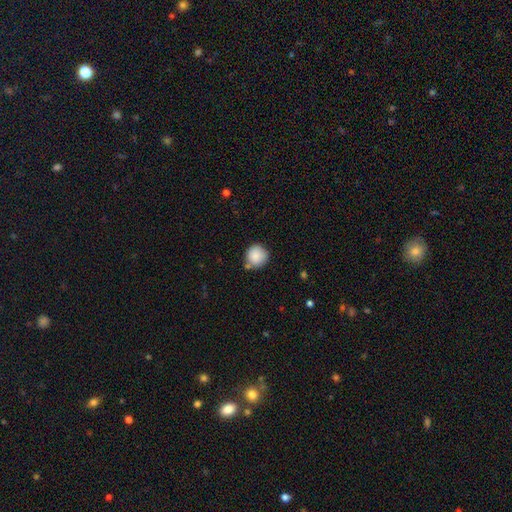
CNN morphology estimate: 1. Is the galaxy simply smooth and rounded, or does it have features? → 87% smooth, 8% star or artifact, 5% featured or disk.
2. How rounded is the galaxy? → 93% round, 6% in between, 1% cigar-shaped.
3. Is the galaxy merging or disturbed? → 73% none, 16% minor disturbance, 8% merger, 3% major disturbance.